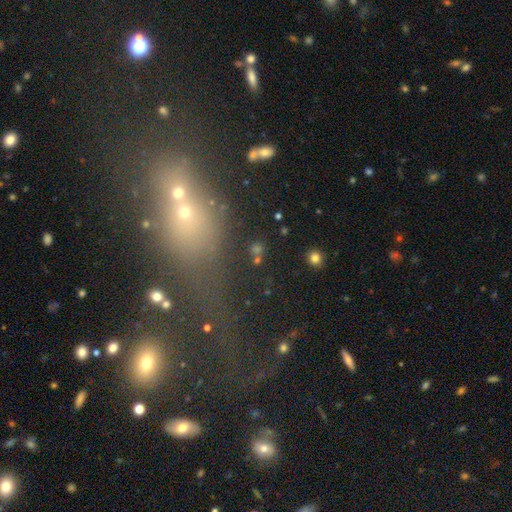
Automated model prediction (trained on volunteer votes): Q: Smooth or featured?
A: star or artifact (43%); runner-up: smooth (39%)